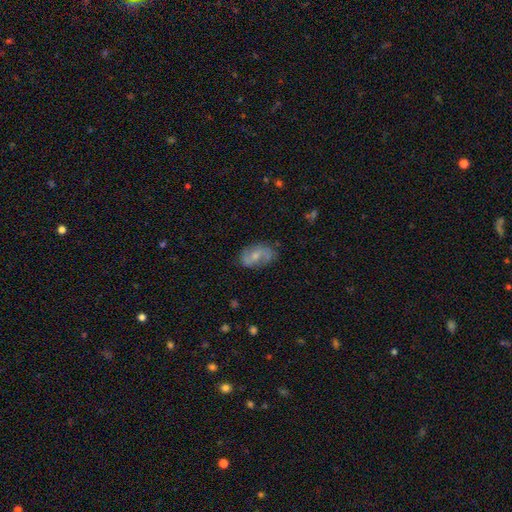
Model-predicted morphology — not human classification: smooth_or_featured: featured or disk (p=0.61) [alt: smooth p=0.31]
disk_edge_on: no (p=0.96) [alt: yes p=0.04]
bar: no (p=0.45) [alt: weak p=0.42]
has_spiral_arms: yes (p=0.86) [alt: no p=0.14]
spiral_winding: loose (p=0.44) [alt: medium p=0.39]
spiral_arm_count: 2 (p=0.86) [alt: can't tell p=0.08]
bulge_size: moderate (p=0.46) [alt: small p=0.44]
merging: none (p=0.73) [alt: minor disturbance p=0.19]